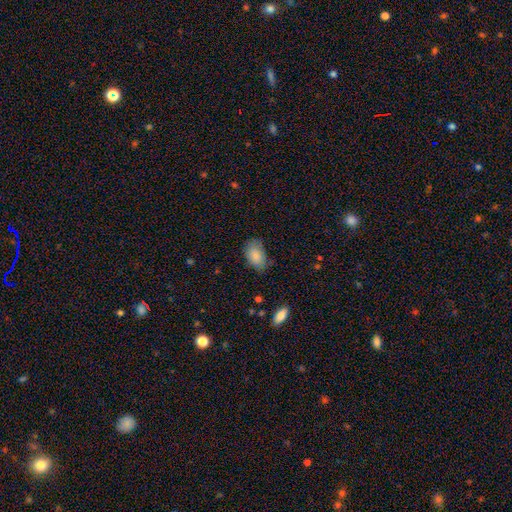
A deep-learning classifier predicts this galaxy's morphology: This is clearly a smooth galaxy (86%). How rounded: clearly in between (91%). Merging: likely none (67%).